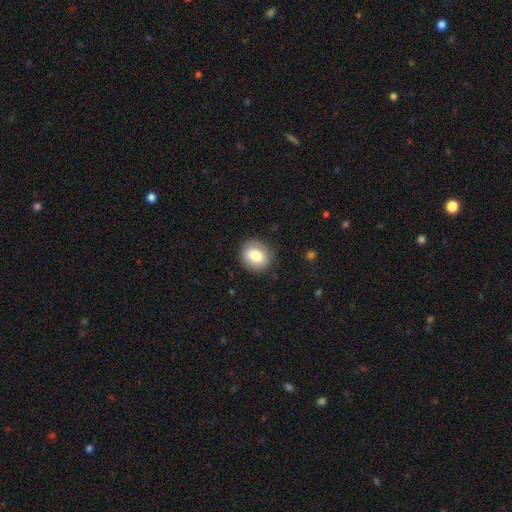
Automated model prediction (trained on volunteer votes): The model was most divided on "how rounded": round: 67%, in between: 32%, cigar-shaped: 1%. More confident: merging — none (85%); smooth or featured — smooth (76%).